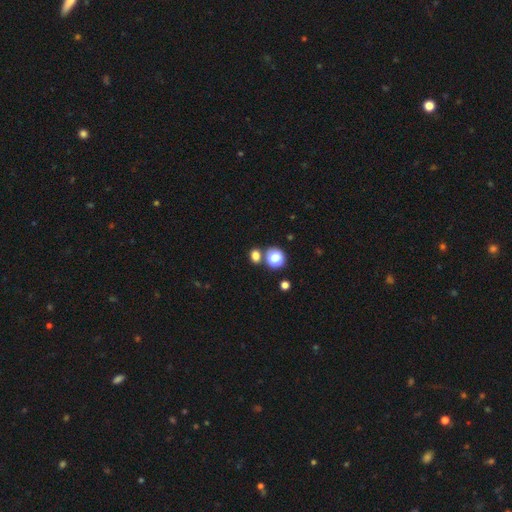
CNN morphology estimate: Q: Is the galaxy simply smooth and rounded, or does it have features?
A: smooth — 78%.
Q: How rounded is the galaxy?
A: round — 58%.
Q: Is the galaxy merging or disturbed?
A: none — 63%.